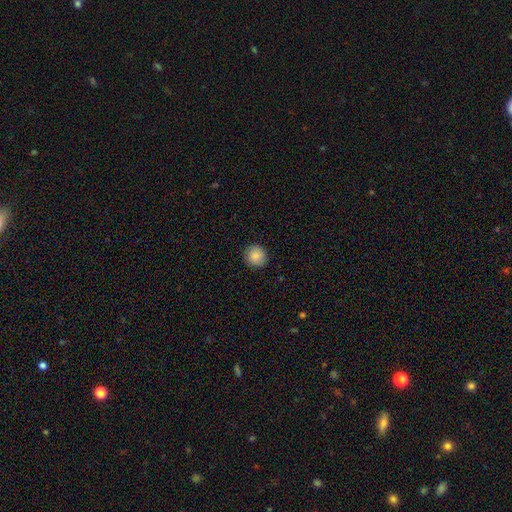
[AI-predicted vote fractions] This is clearly a smooth galaxy (87%). How rounded: clearly round (92%). Merging: clearly none (90%).